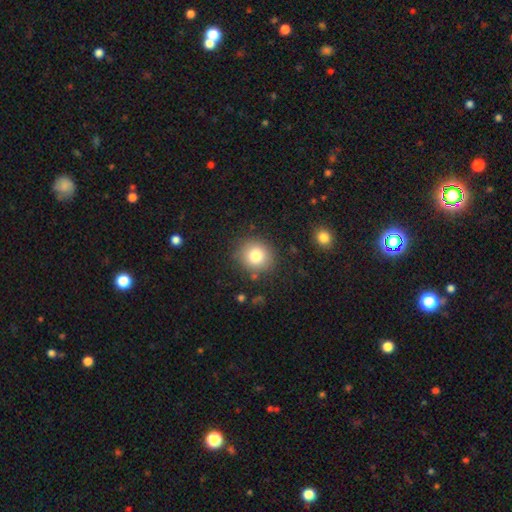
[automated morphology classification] Q: Smooth or featured?
A: smooth (80%); runner-up: star or artifact (11%)
Q: How rounded?
A: round (84%); runner-up: in between (15%)
Q: Merging?
A: none (85%); runner-up: minor disturbance (9%)